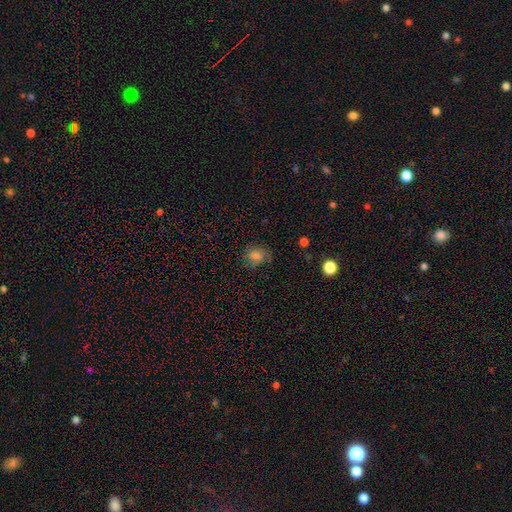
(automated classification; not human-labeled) Smooth or featured? smooth (54%)
How rounded? round (54%)
Merging? none (64%)